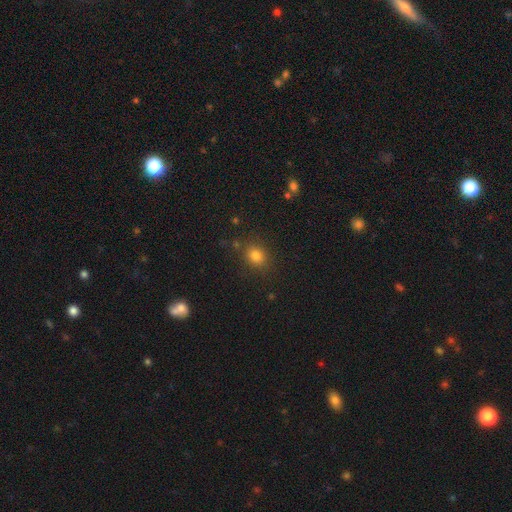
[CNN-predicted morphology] smooth 81%, star or artifact 13%, featured or disk 6%. Down the decision tree: how rounded — round (53%); merging — none (81%).